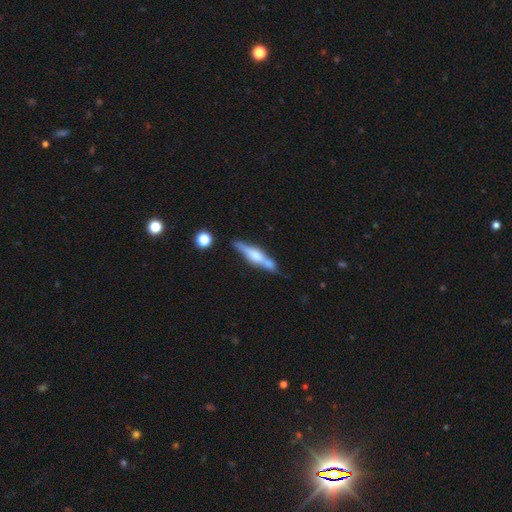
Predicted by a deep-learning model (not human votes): Smooth or featured: featured or disk — 59% (smooth — 35%)
Edge-on disk: yes — 94% (no — 6%)
Edge-on bulge: rounded — 69% (boxy — 24%)
Merging: none — 71% (minor disturbance — 15%)